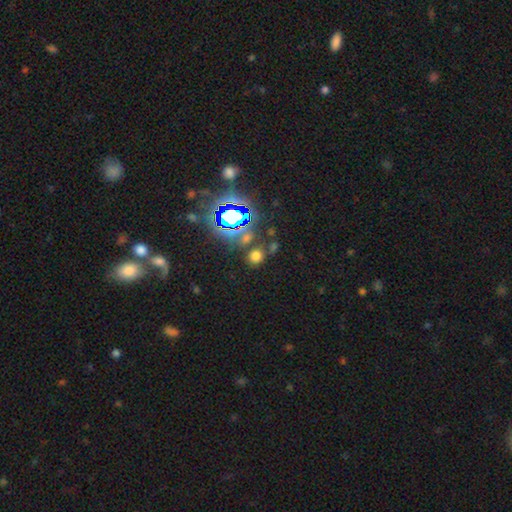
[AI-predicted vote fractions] A smooth galaxy with no disk features (61%) that is round (77%). Merging: none (76%).